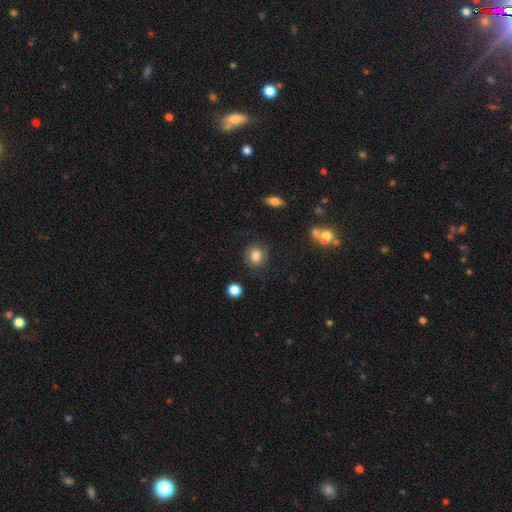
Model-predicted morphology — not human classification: Q: Smooth or featured?
A: smooth (83%); runner-up: star or artifact (10%)
Q: How rounded?
A: round (73%); runner-up: in between (26%)
Q: Merging?
A: none (85%); runner-up: minor disturbance (10%)